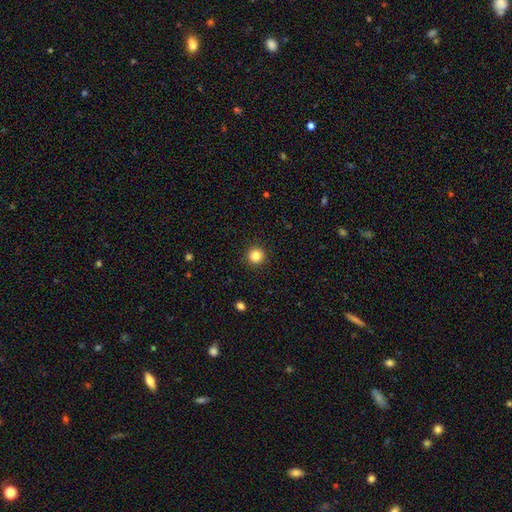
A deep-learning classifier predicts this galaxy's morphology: Q: Smooth or featured?
A: smooth (83%); runner-up: star or artifact (12%)
Q: How rounded?
A: round (96%); runner-up: in between (3%)
Q: Merging?
A: none (93%); runner-up: minor disturbance (4%)